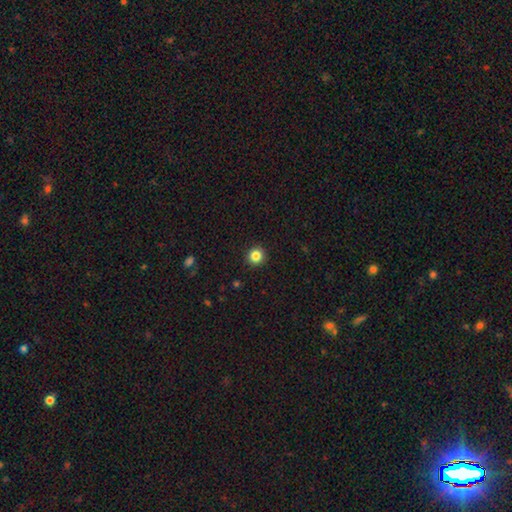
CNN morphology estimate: type=smooth (84%); roundness=round (95%); merging=none (93%).